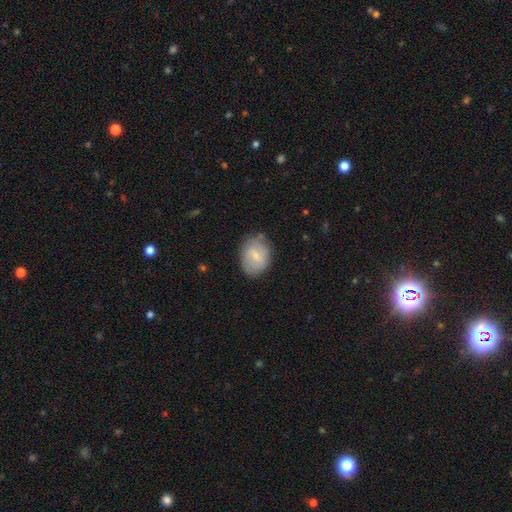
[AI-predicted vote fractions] Smooth or featured? Predicted: smooth (p=0.62). How rounded? Predicted: in between (p=0.68). Merging? Predicted: none (p=0.77).